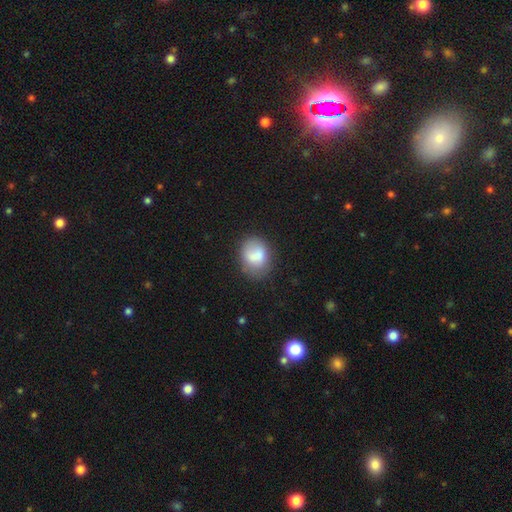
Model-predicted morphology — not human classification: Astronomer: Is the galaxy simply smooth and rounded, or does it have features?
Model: smooth — 75%.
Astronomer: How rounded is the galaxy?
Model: round — 52% (runner-up: in between, 47%).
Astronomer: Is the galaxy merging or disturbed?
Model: none — 58%.